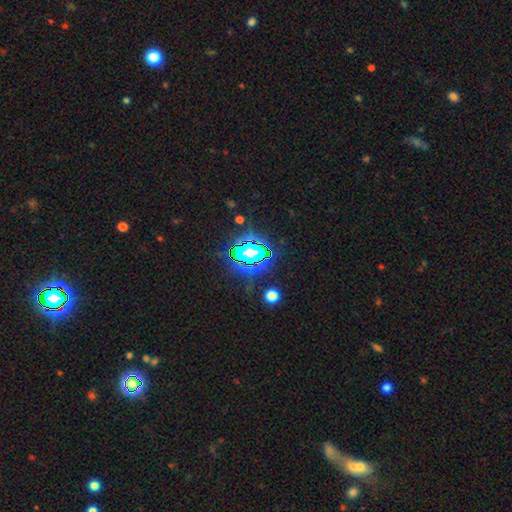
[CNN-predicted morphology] smooth_or_featured: star or artifact (p=0.79) [alt: smooth p=0.13]